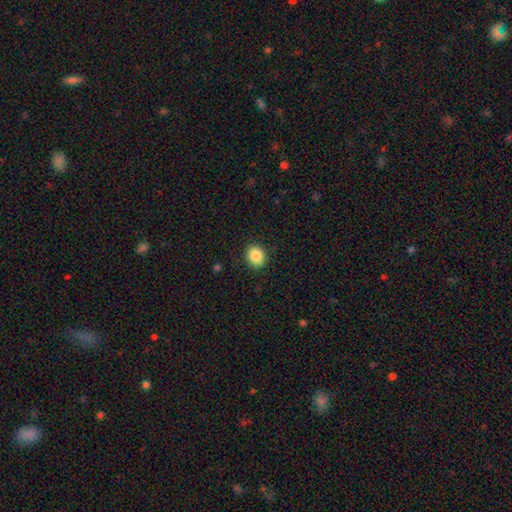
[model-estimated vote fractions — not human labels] Morphology: type=smooth (87%); roundness=round (68%); merging=none (90%).